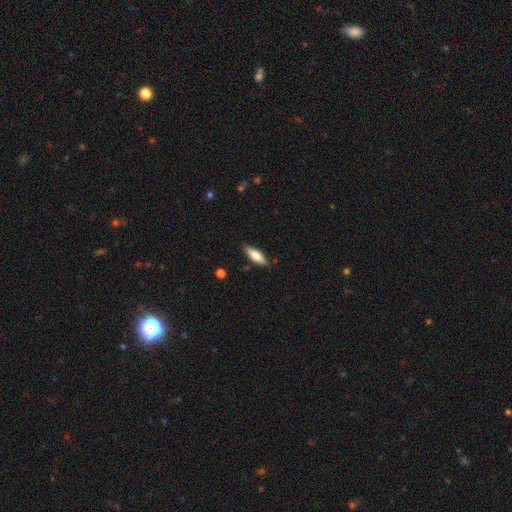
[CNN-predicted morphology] This appears to be a smooth galaxy with no disk features (68%) that is in between round and cigar-shaped (55%). Merging: none (86%).